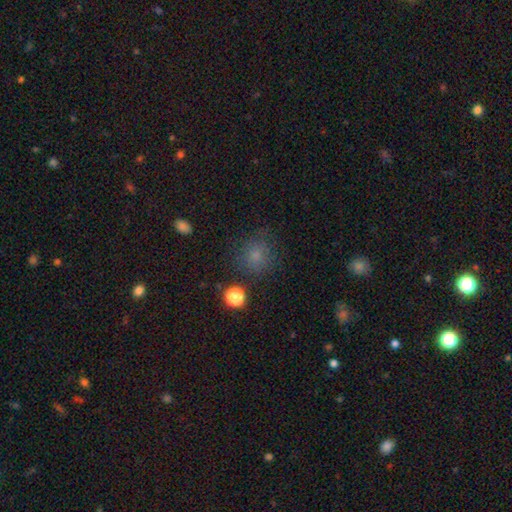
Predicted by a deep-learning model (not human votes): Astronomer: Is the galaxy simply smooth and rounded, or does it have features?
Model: smooth — 76%.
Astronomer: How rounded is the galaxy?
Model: round — 86%.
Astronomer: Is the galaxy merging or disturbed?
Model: none — 78%.